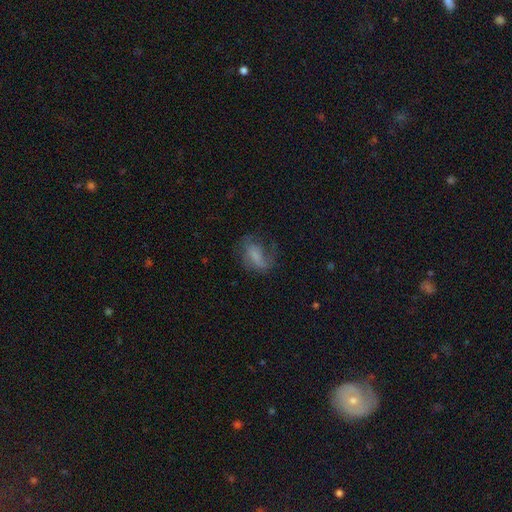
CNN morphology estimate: The model was most divided on "smooth or featured": featured or disk: 48%, smooth: 42%, star or artifact: 11%. Remaining: merging — none (44%).